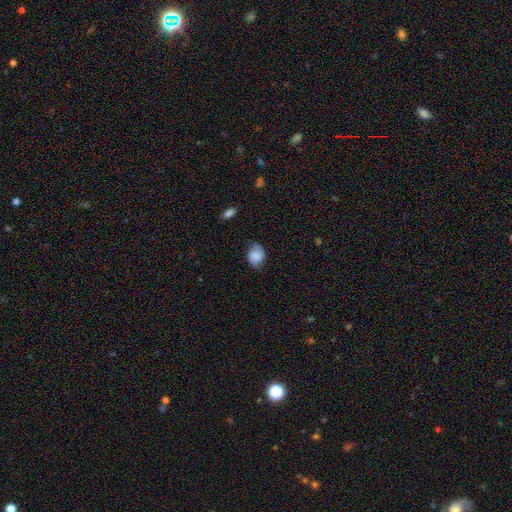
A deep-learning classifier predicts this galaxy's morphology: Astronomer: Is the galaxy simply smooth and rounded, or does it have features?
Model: smooth — 70%.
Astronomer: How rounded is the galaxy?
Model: in between — 65%.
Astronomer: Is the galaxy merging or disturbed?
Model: none — 64%.